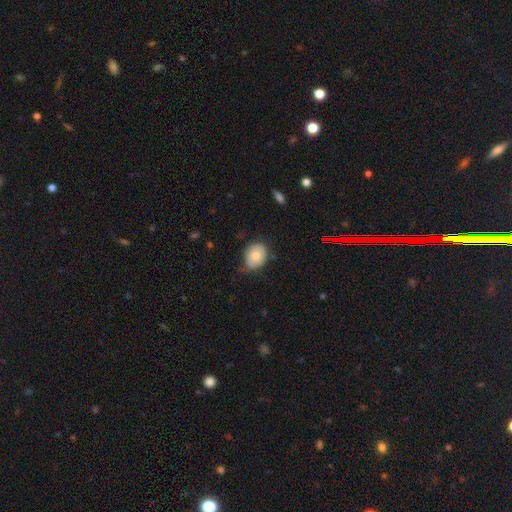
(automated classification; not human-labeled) smooth-or-featured: smooth: 75% | featured or disk: 17% | star or artifact: 8%
  how-rounded: in between: 51% | round: 49% | cigar-shaped: 1%
  merging: none: 60% | minor disturbance: 32% | major disturbance: 7% | merger: 2%